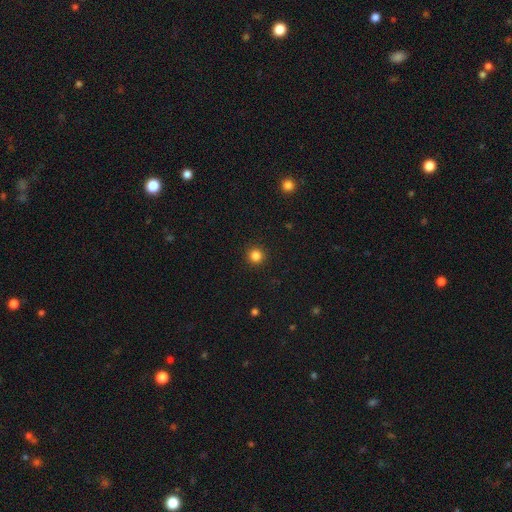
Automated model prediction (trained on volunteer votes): A smooth galaxy with no disk features (85%) that is round (95%). Merging: none (92%).